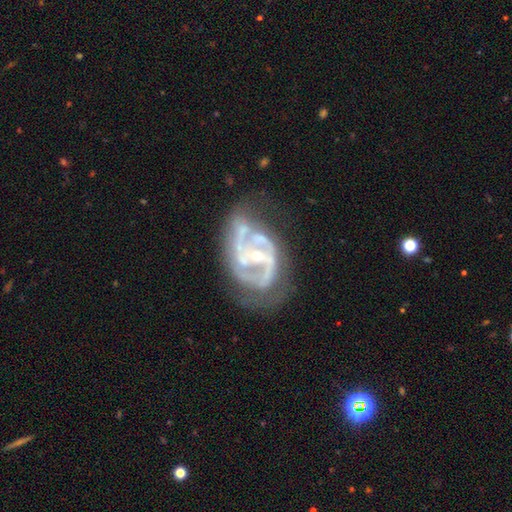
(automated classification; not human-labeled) This is clearly a featured or disk galaxy (89%). It is clearly not viewed edge-on (97%). Bar: marginally weak (35%). Spiral arm pattern: clearly yes (91%). Spiral arm count: possibly 2 (53%). Spiral winding: possibly medium (49%). Central bulge: likely small (63%). Merging: marginally none (44%).